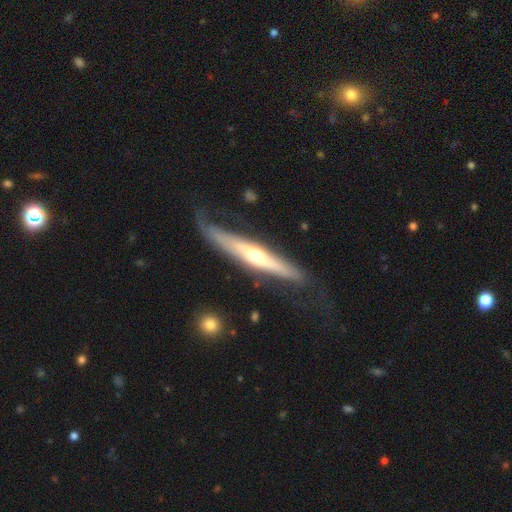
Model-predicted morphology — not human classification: Smooth or featured? Predicted: featured or disk (p=0.74). Edge-on disk? Predicted: yes (p=0.80). Edge-on bulge? Predicted: rounded (p=0.80). Merging? Predicted: none (p=0.52).